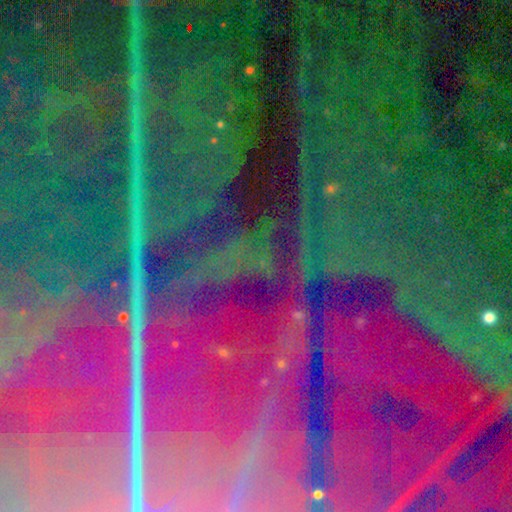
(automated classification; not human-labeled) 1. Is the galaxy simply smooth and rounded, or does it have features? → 89% star or artifact, 6% featured or disk, 5% smooth.